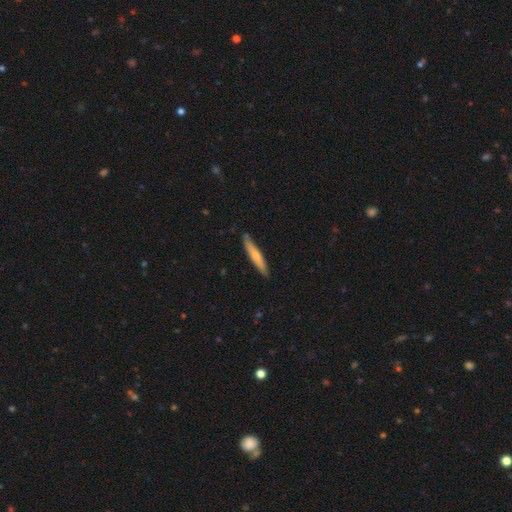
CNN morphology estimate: Q: Smooth or featured?
A: smooth (62%); runner-up: featured or disk (32%)
Q: How rounded?
A: cigar-shaped (93%); runner-up: in between (6%)
Q: Merging?
A: none (85%); runner-up: minor disturbance (11%)